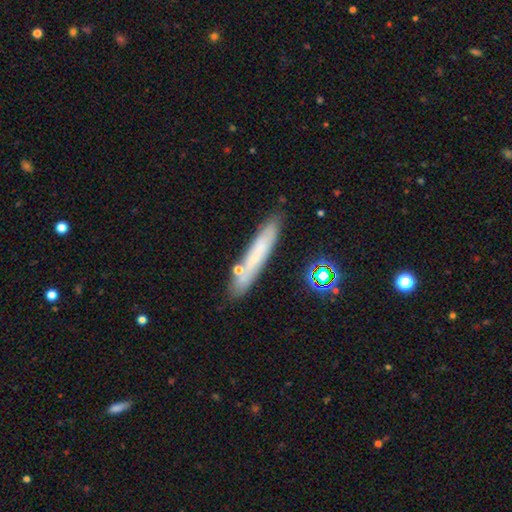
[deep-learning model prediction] Smooth or featured? Predicted: smooth (p=0.56). How rounded? Predicted: cigar-shaped (p=0.90). Merging? Predicted: none (p=0.80).